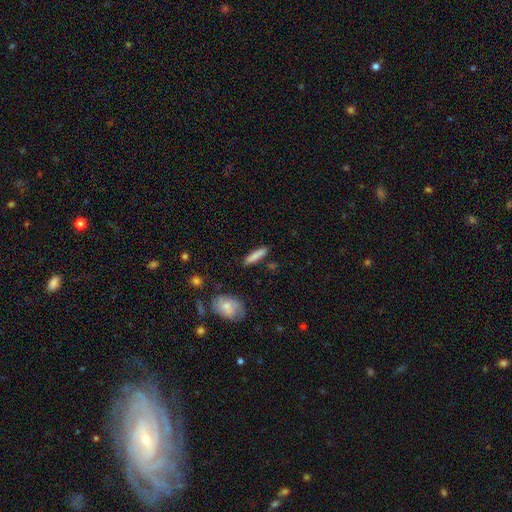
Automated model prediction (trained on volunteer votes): Smooth or featured?
  - smooth: 82% *
  - featured or disk: 12%
  - star or artifact: 6%
How rounded?
  - cigar-shaped: 83% *
  - in between: 15%
  - round: 2%
Merging?
  - none: 87% *
  - minor disturbance: 9%
  - merger: 2%
  - major disturbance: 2%